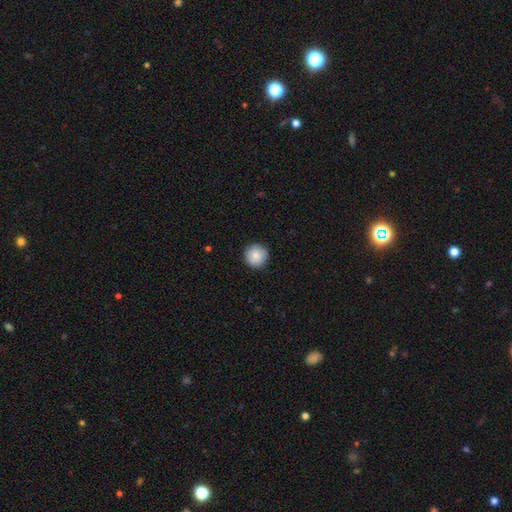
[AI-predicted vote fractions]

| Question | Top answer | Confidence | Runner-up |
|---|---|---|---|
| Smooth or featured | smooth | 85% | featured or disk (8%) |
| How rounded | round | 96% | in between (3%) |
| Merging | none | 91% | minor disturbance (6%) |